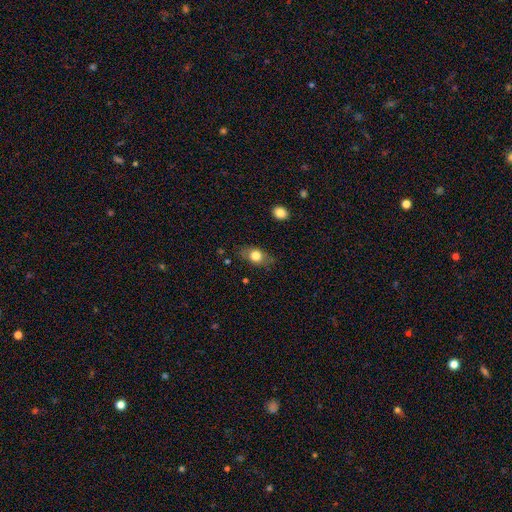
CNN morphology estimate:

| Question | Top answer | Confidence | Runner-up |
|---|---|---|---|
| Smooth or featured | smooth | 73% | featured or disk (19%) |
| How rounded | in between | 70% | round (27%) |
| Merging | none | 76% | minor disturbance (17%) |